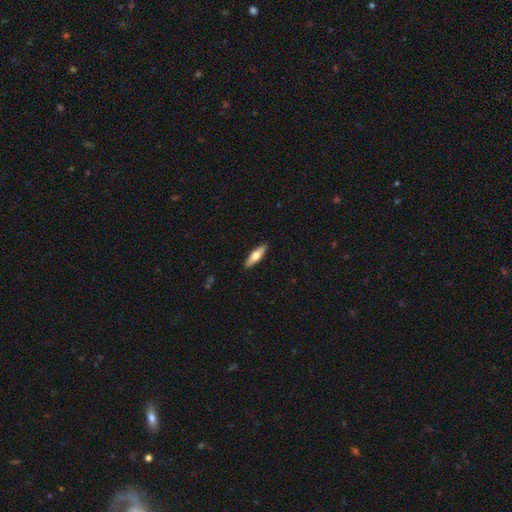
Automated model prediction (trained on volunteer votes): Overall: smooth (57%; featured or disk 38%). How rounded: cigar-shaped (59%; in between 39%). Merging: none (91%).